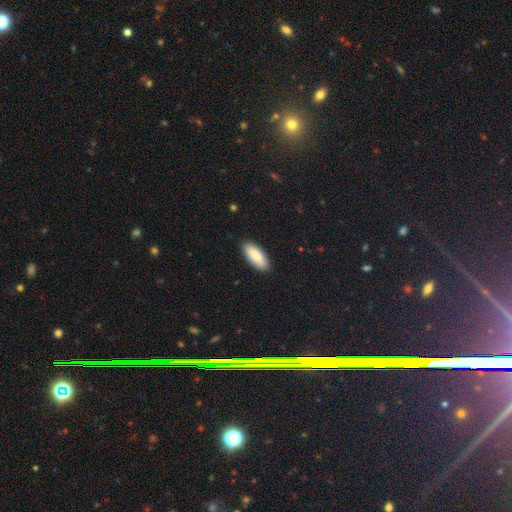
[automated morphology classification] Smooth or featured: smooth — 87% (featured or disk — 8%)
How rounded: in between — 80% (cigar-shaped — 18%)
Merging: none — 89% (minor disturbance — 8%)